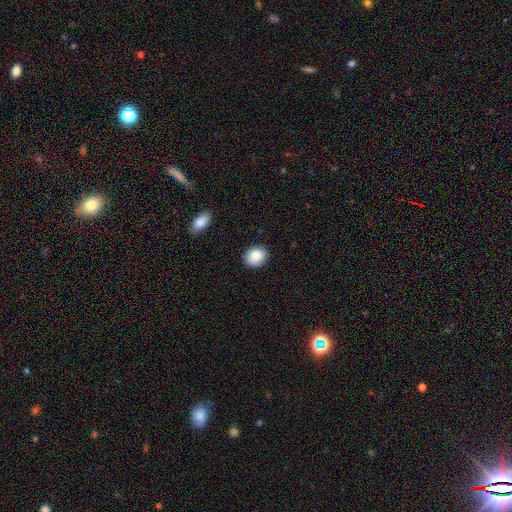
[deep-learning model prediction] The model was most divided on "how rounded": round: 68%, in between: 31%, cigar-shaped: 1%. More confident: merging — none (87%); smooth or featured — smooth (86%).